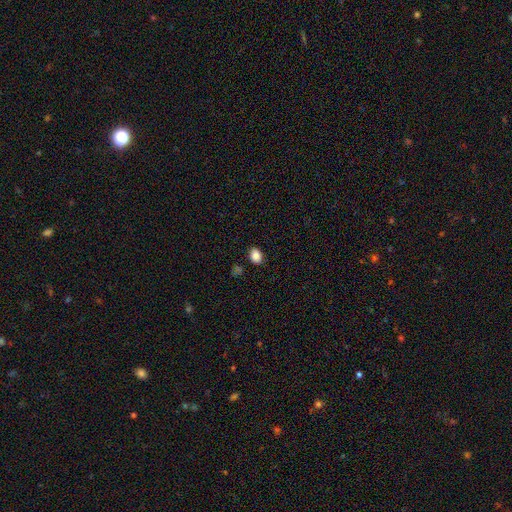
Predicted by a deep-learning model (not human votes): This appears to be a smooth galaxy with no disk features (87%) that is in between round and cigar-shaped (69%). Merging: none (84%).